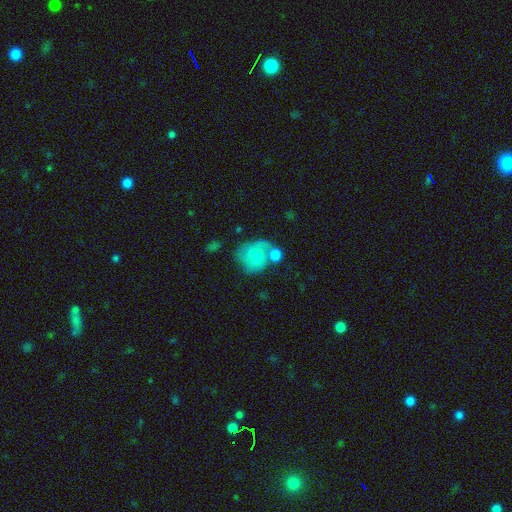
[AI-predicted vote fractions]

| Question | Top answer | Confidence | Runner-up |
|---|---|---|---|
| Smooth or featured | smooth | 60% | featured or disk (33%) |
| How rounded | round | 73% | in between (26%) |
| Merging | none | 38% | merger (30%) |